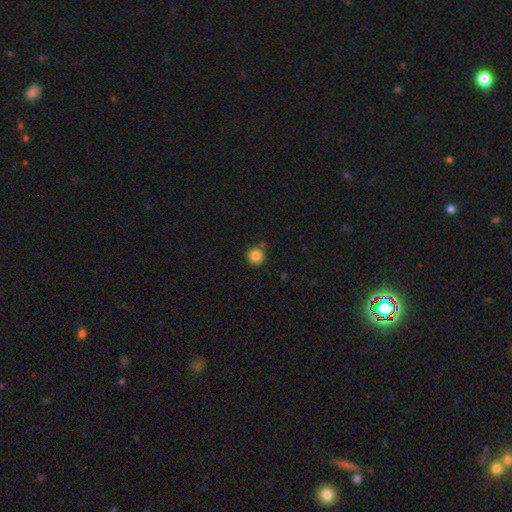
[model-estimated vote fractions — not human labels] Morphology: type=smooth (86%); roundness=round (96%); merging=none (85%).